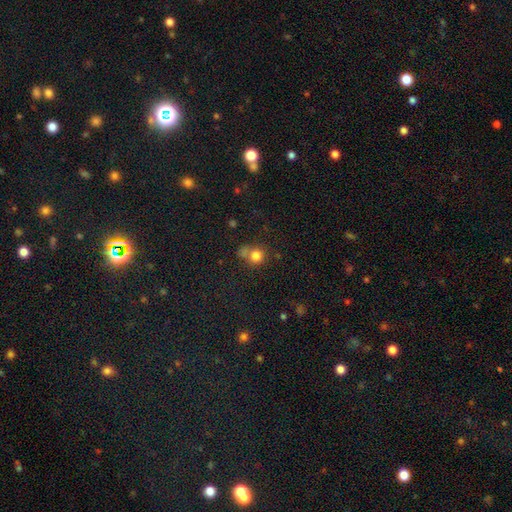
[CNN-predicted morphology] A smooth galaxy with no disk features (80%) that is round (87%).

Vote fractions:
- Smooth or featured? smooth: 80% / star or artifact: 13% / featured or disk: 8%
- How rounded? round: 87% / in between: 12% / cigar-shaped: 1%
- Merging? none: 53% / merger: 26% / minor disturbance: 15% / major disturbance: 7%